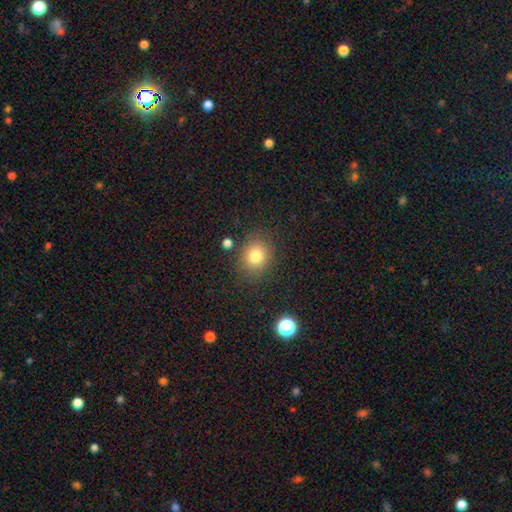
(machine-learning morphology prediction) Smooth or featured?
  - smooth: 80% *
  - star or artifact: 13%
  - featured or disk: 8%
How rounded?
  - round: 71% *
  - in between: 28%
  - cigar-shaped: 1%
Merging?
  - none: 83% *
  - minor disturbance: 10%
  - major disturbance: 4%
  - merger: 3%